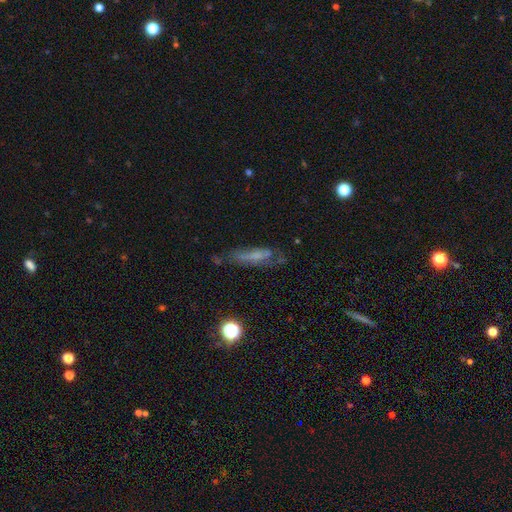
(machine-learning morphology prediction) This is marginally a featured or disk galaxy (42%, tied with smooth). Merging: possibly none (54%).